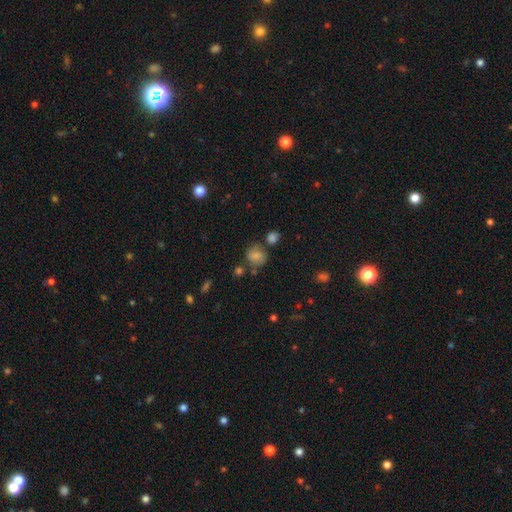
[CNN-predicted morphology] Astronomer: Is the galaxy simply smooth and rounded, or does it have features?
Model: smooth — 63%.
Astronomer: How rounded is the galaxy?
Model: round — 79%.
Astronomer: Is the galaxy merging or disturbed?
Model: none — 70%.